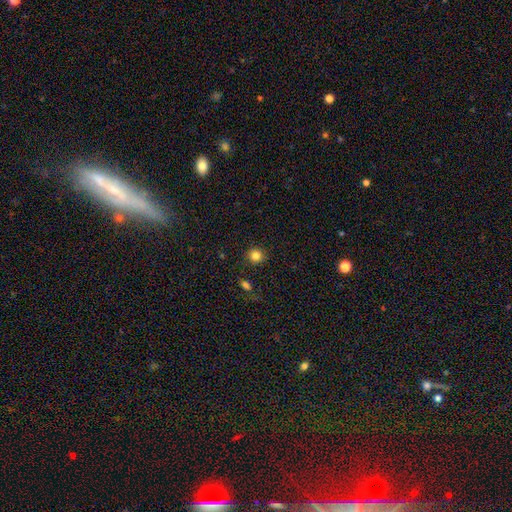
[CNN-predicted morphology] Smooth or featured: smooth — 82% (star or artifact — 12%)
How rounded: round — 91% (in between — 8%)
Merging: none — 88% (minor disturbance — 7%)